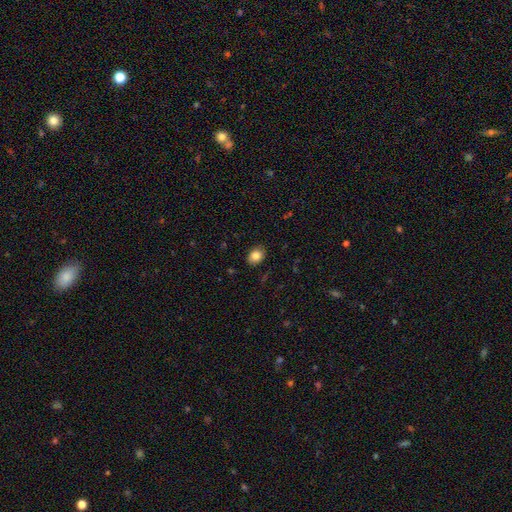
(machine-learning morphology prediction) Overall: smooth (85%). How rounded: in between (62%; round 37%). Merging: none (87%).